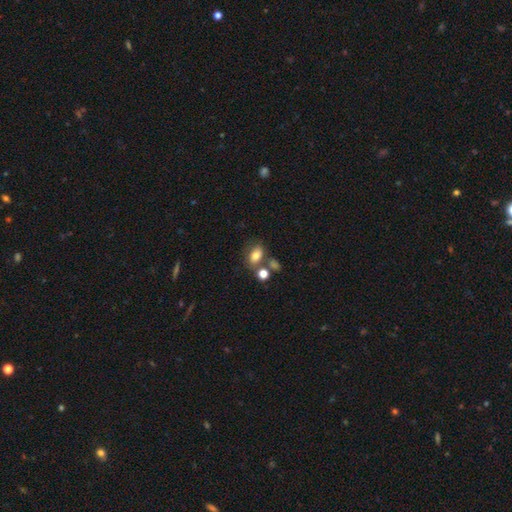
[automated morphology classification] smooth_or_featured: smooth (p=0.76) [alt: featured or disk p=0.13]
how_rounded: in between (p=0.80) [alt: round p=0.19]
merging: none (p=0.54) [alt: merger p=0.24]